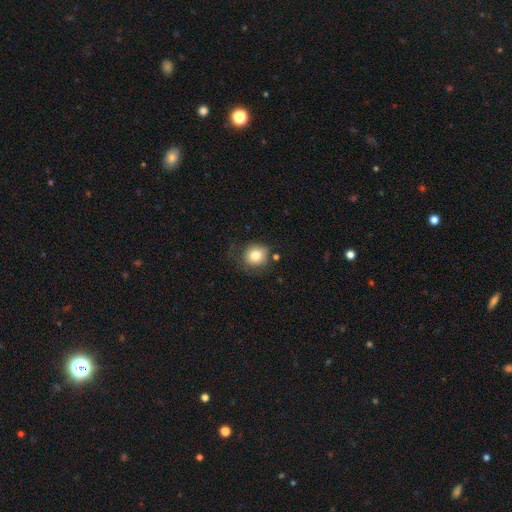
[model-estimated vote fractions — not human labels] The model was most divided on "merging": none: 70%, minor disturbance: 19%, major disturbance: 7%, merger: 4%. More confident: how rounded — round (86%); smooth or featured — smooth (81%).